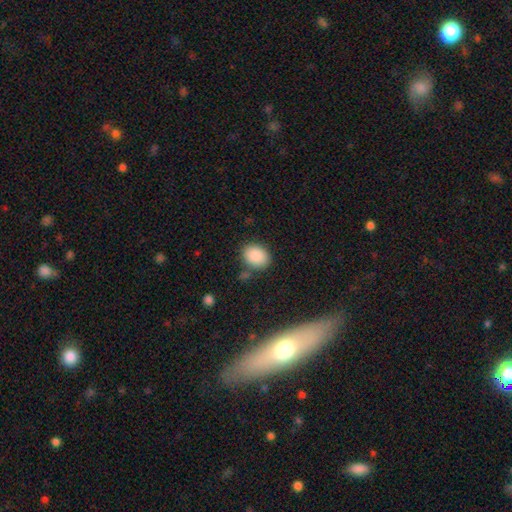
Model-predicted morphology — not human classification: The model was most divided on "how rounded": in between: 65%, round: 34%, cigar-shaped: 1%. More confident: smooth or featured — smooth (89%); merging — none (79%).